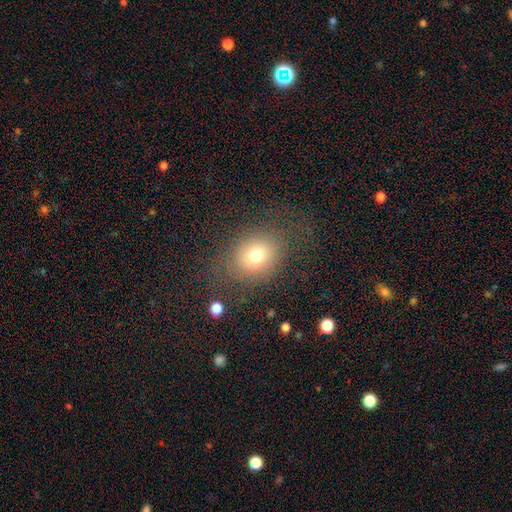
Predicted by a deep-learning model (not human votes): Morphology: type=smooth (72%); roundness=in between (52%); merging=none (70%).